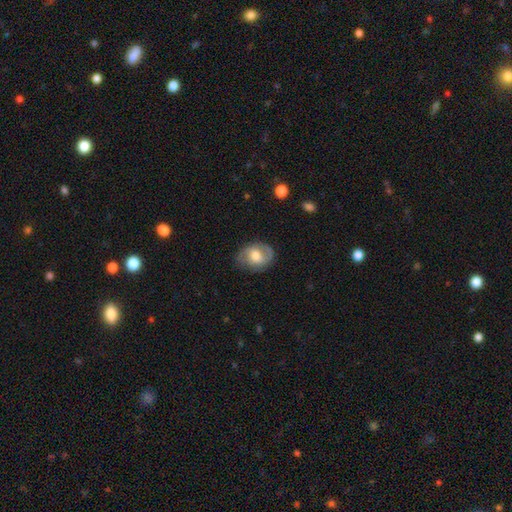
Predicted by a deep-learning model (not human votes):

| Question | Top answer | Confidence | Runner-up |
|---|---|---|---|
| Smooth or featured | featured or disk | 51% | smooth (42%) |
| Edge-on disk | no | 96% | yes (4%) |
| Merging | none | 73% | minor disturbance (19%) |